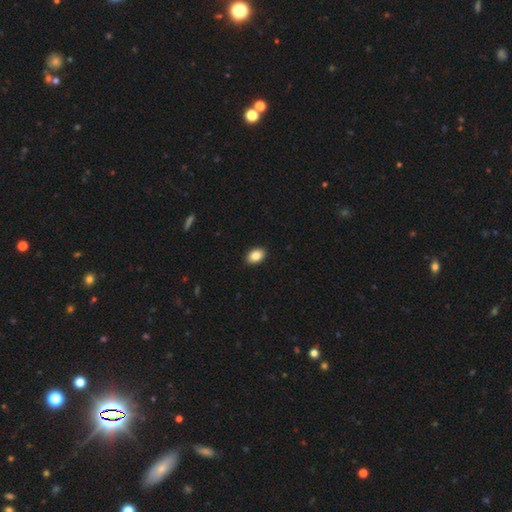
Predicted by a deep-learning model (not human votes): Overall: smooth (87%). How rounded: in between (85%). Merging: none (91%).